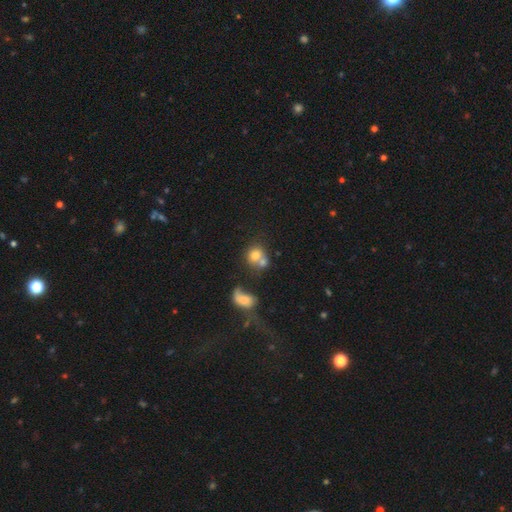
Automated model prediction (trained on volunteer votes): smooth 72%, featured or disk 17%, star or artifact 11%. Down the decision tree: how rounded — round (70%); merging — merger (52%).